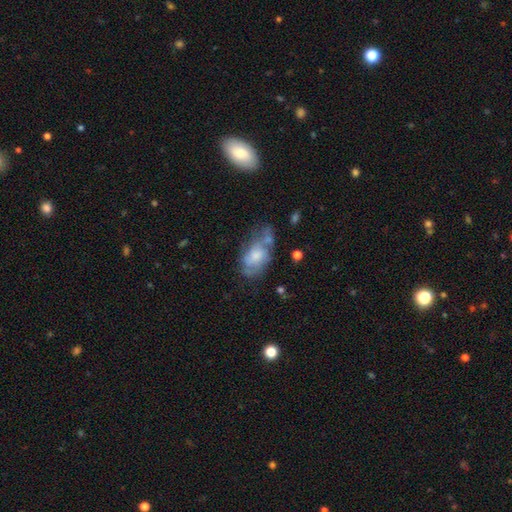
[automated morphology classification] Overall: featured or disk (48%; smooth 44%). Merging: none (36%; minor disturbance 29%).